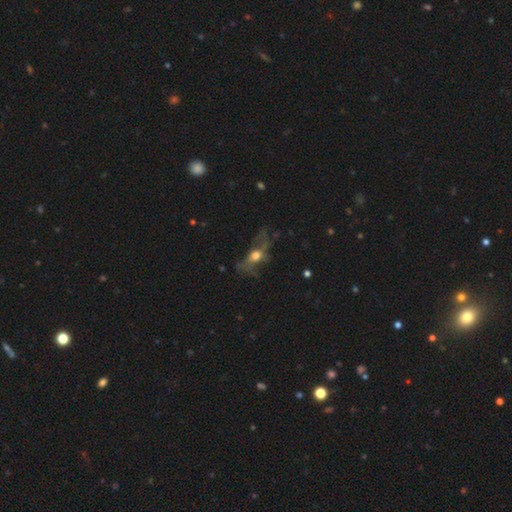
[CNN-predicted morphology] Smooth or featured?
  - featured or disk: 50% *
  - smooth: 35%
  - star or artifact: 15%
Edge-on disk?
  - no: 70% *
  - yes: 30%
Merging?
  - none: 40% *
  - major disturbance: 38%
  - minor disturbance: 19%
  - merger: 3%